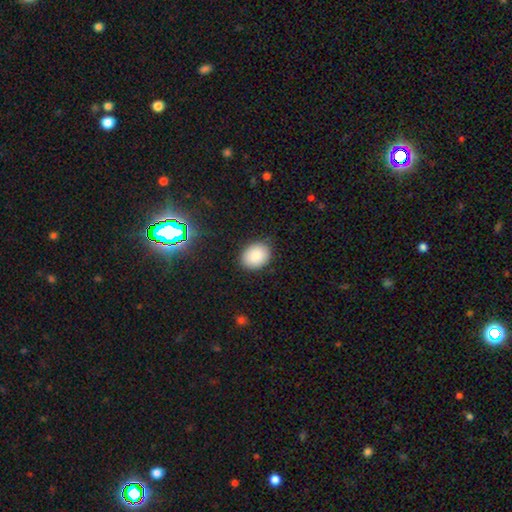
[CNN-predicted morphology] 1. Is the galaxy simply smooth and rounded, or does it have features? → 88% smooth, 8% star or artifact, 4% featured or disk.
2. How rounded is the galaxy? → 65% in between, 34% round, 1% cigar-shaped.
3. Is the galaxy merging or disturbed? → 85% none, 11% minor disturbance, 3% major disturbance, 1% merger.